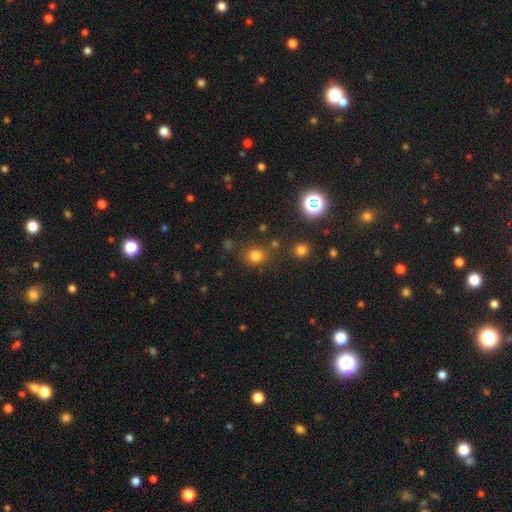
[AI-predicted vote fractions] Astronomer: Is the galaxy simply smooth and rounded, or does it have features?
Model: smooth — 77%.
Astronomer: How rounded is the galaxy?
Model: round — 80%.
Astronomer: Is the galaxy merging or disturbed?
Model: none — 78%.